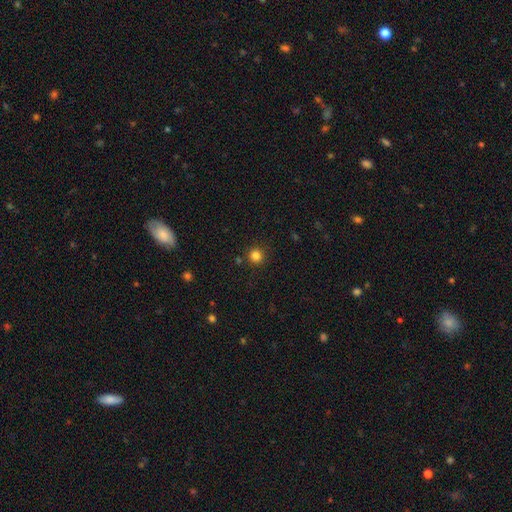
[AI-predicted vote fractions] Smooth or featured?
  - smooth: 83% *
  - star or artifact: 13%
  - featured or disk: 4%
How rounded?
  - round: 94% *
  - in between: 5%
  - cigar-shaped: 1%
Merging?
  - none: 89% *
  - minor disturbance: 7%
  - merger: 2%
  - major disturbance: 2%